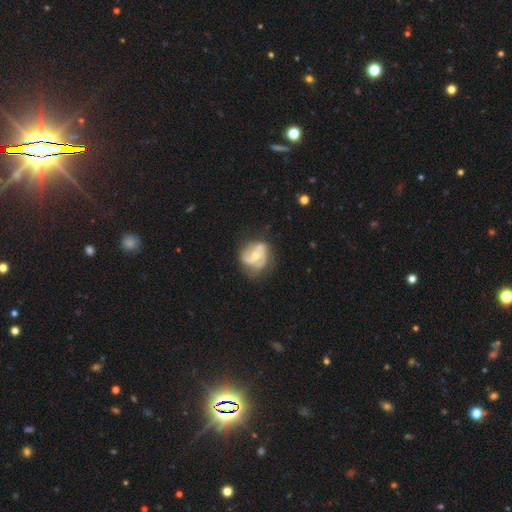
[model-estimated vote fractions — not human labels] A featured or disk galaxy (77%) with no bar (51%), 2 (57%) medium (46%) spiral arms (88%) and a moderate central bulge (60%).

Vote fractions:
- Smooth or featured? featured or disk: 77% / smooth: 17% / star or artifact: 6%
- Edge-on disk? no: 98% / yes: 2%
- Bar? no: 51% / weak: 35% / strong: 13%
- Spiral arms? yes: 88% / no: 12%
- Spiral winding? medium: 46% / tight: 34% / loose: 21%
- Spiral arm count? 2: 57% / 3: 19% / can't tell: 15% / 1: 4% / 4: 3% / more than 4: 2%
- Bulge size? moderate: 60% / small: 36% / large: 2% / none: 2% / dominant: 1%
- Merging? none: 61% / minor disturbance: 25% / major disturbance: 12% / merger: 2%